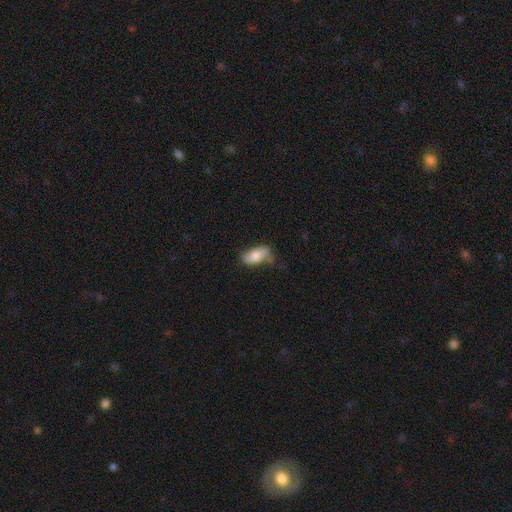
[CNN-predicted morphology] Smooth or featured? Predicted: smooth (p=0.74). How rounded? Predicted: in between (p=0.90). Merging? Predicted: none (p=0.55).